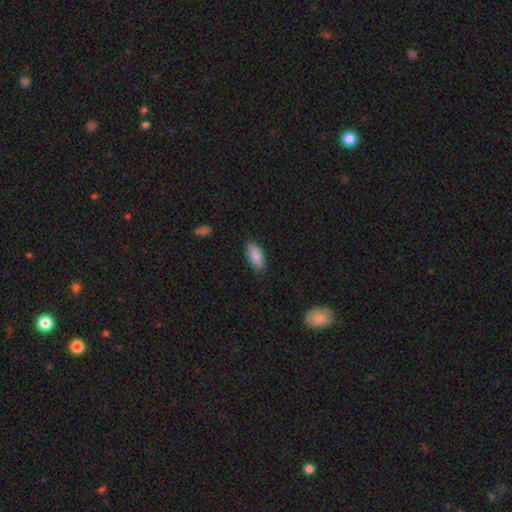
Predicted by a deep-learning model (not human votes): Smooth or featured? Predicted: smooth (p=0.87). How rounded? Predicted: in between (p=0.82). Merging? Predicted: none (p=0.83).